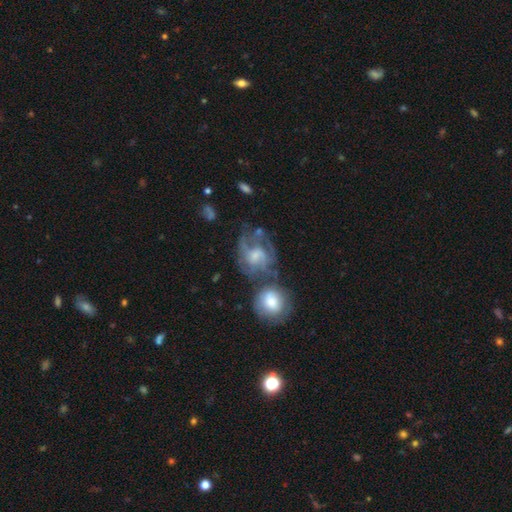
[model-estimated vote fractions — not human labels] A featured or disk galaxy (65%) with no bar (63%), spiral arms (73%) and a moderate central bulge (43%).

Vote fractions:
- Smooth or featured? featured or disk: 65% / smooth: 27% / star or artifact: 8%
- Edge-on disk? no: 97% / yes: 3%
- Bar? no: 63% / weak: 31% / strong: 6%
- Spiral arms? yes: 73% / no: 27%
- Bulge size? moderate: 43% / small: 33% / none: 13% / large: 9% / dominant: 2%
- Merging? none: 34% / merger: 29% / major disturbance: 21% / minor disturbance: 17%